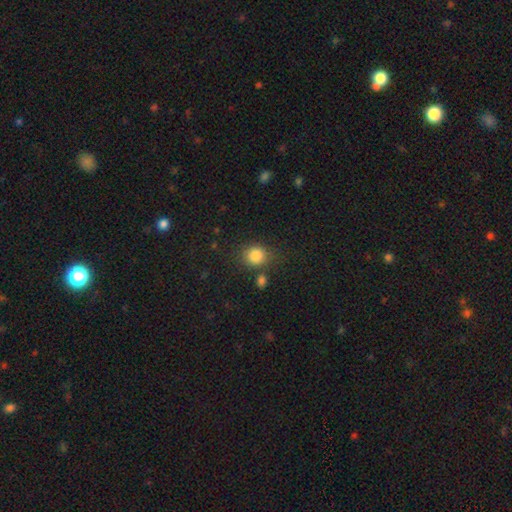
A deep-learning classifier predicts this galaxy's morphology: Smooth or featured? Predicted: smooth (p=0.84). How rounded? Predicted: round (p=0.77). Merging? Predicted: none (p=0.72).